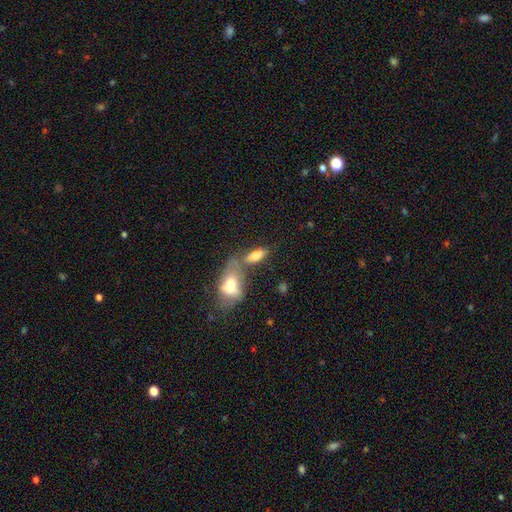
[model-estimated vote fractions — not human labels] A smooth galaxy with no disk features (72%) that is in between round and cigar-shaped (80%).

Vote fractions:
- Smooth or featured? smooth: 72% / featured or disk: 18% / star or artifact: 10%
- How rounded? in between: 80% / cigar-shaped: 16% / round: 4%
- Merging? merger: 43% / none: 35% / minor disturbance: 13% / major disturbance: 8%